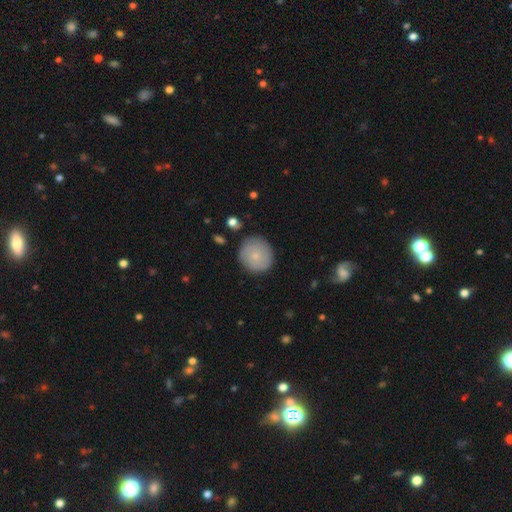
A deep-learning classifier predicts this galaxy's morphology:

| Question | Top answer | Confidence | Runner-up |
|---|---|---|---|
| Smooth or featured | smooth | 64% | featured or disk (29%) |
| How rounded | round | 90% | in between (9%) |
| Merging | none | 83% | minor disturbance (13%) |